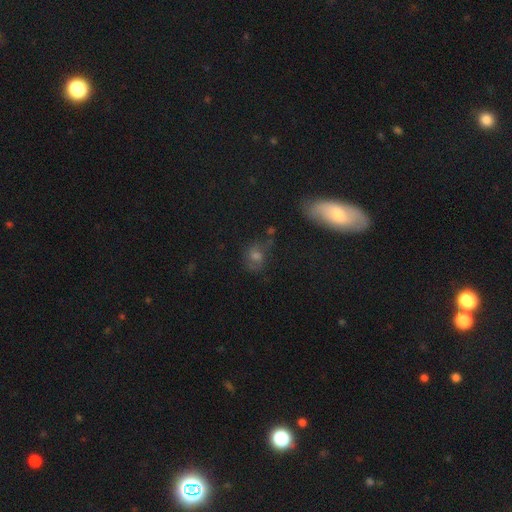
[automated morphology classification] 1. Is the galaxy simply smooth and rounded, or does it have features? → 49% smooth, 27% featured or disk, 24% star or artifact.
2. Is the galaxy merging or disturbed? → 56% none, 22% minor disturbance, 15% major disturbance, 8% merger.